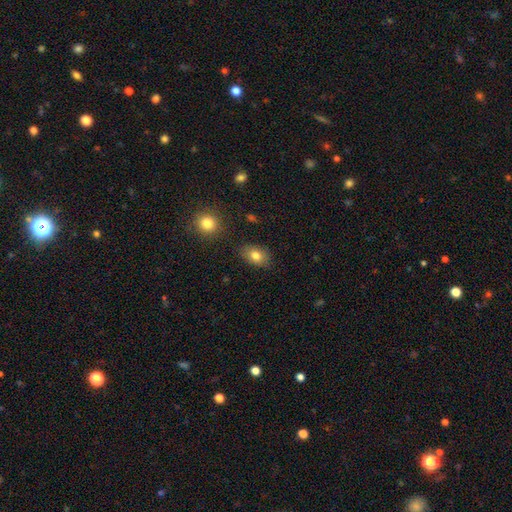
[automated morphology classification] This appears to be a smooth galaxy with no disk features (79%) that is in between round and cigar-shaped (79%). Merging: none (81%).